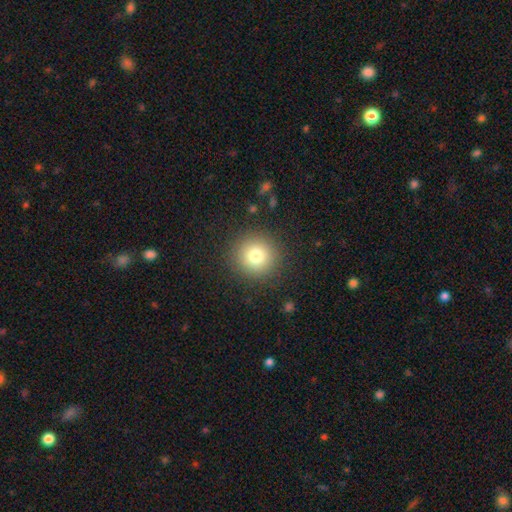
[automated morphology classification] Smooth or featured? Predicted: smooth (p=0.77). How rounded? Predicted: round (p=0.95). Merging? Predicted: none (p=0.89).